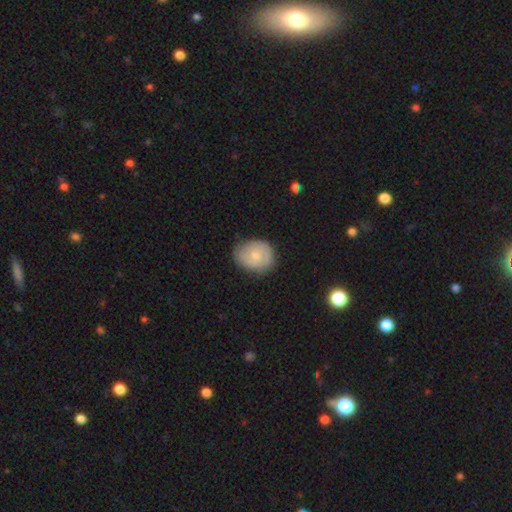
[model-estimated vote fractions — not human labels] Morphology: type=smooth (52%); roundness=round (58%); merging=none (72%).